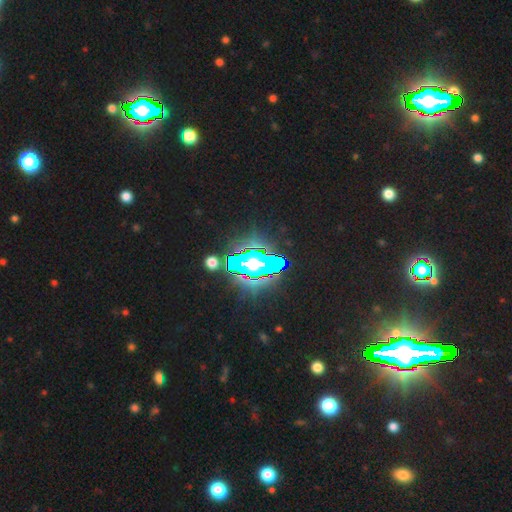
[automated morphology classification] type=star or artifact (70%).